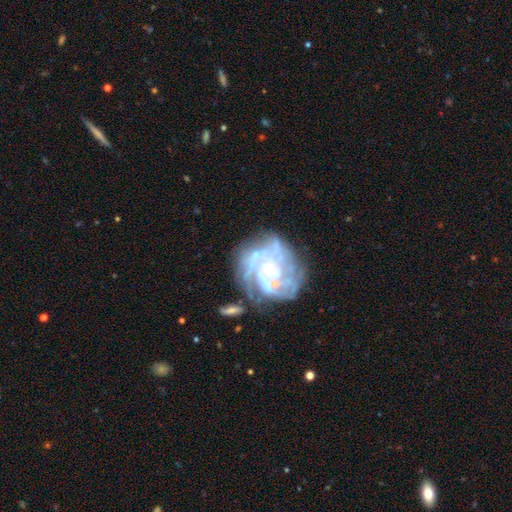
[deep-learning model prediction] Overall: featured or disk (84%). Edge-on disk: no (98%). Bar: no (78%). Spiral arms: yes (89%). Spiral arm count: can't tell (33%; 3 21%). Spiral winding: tight (65%; medium 27%). Bulge size: small (69%). Merging: none (50%; minor disturbance 21%).